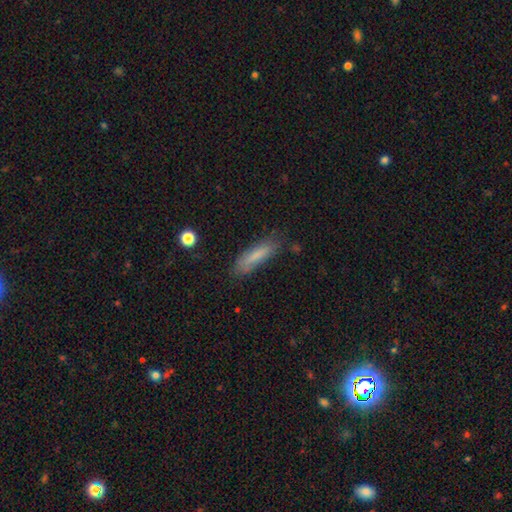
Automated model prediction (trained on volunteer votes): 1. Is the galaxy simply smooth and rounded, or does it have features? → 76% smooth, 16% featured or disk, 8% star or artifact.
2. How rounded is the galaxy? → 76% cigar-shaped, 23% in between, 2% round.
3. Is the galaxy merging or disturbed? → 75% none, 18% minor disturbance, 5% major disturbance, 2% merger.